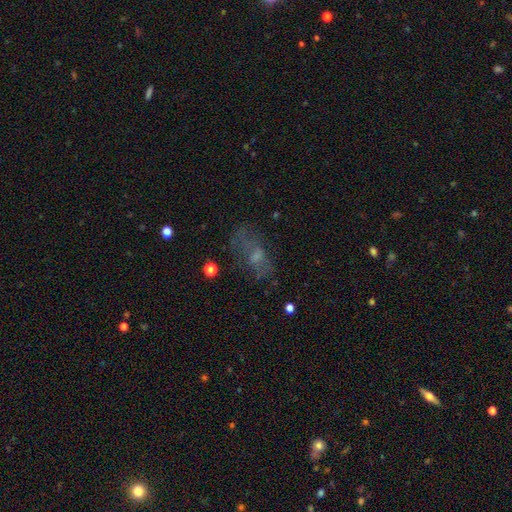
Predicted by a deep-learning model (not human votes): Morphology: type=smooth (43%); merging=none (53%).